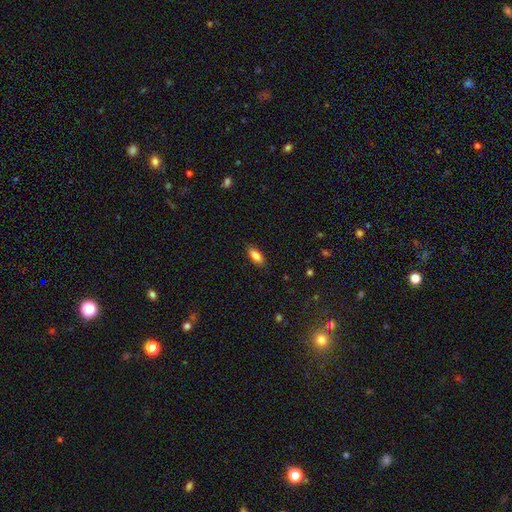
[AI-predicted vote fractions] A smooth galaxy with no disk features (84%) that is in between round and cigar-shaped (81%). Merging: none (87%).